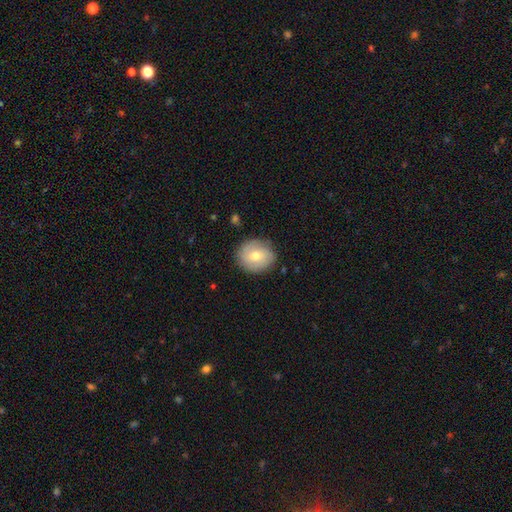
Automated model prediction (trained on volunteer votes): Q: Smooth or featured?
A: smooth (62%); runner-up: featured or disk (31%)
Q: How rounded?
A: round (78%); runner-up: in between (21%)
Q: Merging?
A: none (83%); runner-up: minor disturbance (12%)